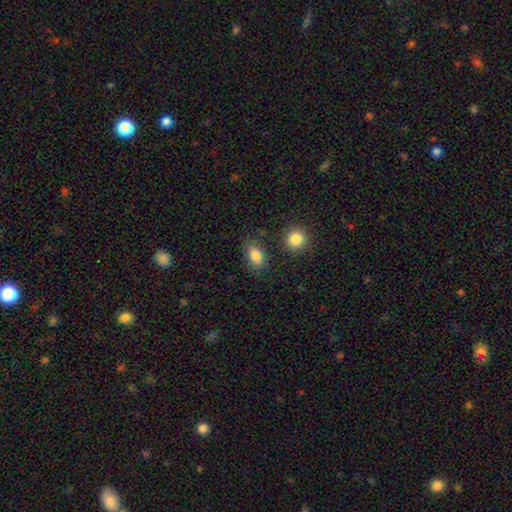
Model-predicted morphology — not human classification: smooth_or_featured: smooth (p=0.85) [alt: star or artifact p=0.08]
how_rounded: in between (p=0.88) [alt: round p=0.09]
merging: none (p=0.75) [alt: minor disturbance p=0.16]